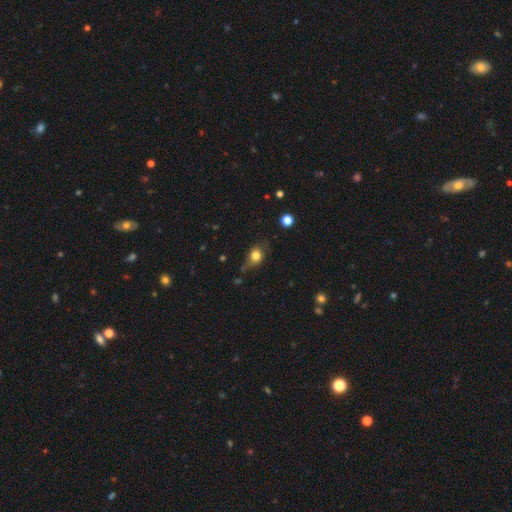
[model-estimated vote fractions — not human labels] This appears to be a smooth galaxy with no disk features (76%) that is round (50%). Merging: none (57%).